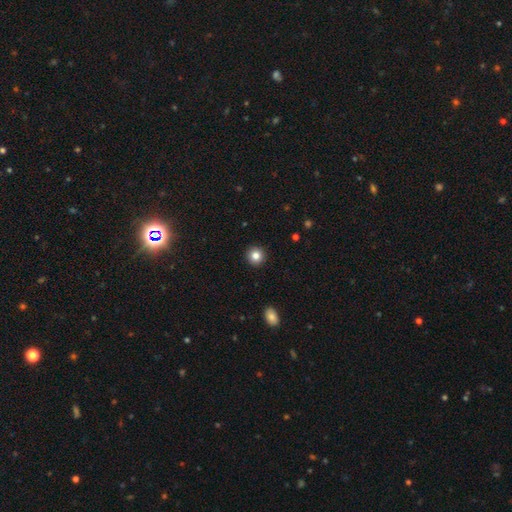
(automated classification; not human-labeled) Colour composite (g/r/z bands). It shows a smooth galaxy with no disk features (84%) that is round (94%). Merging: none (93%).